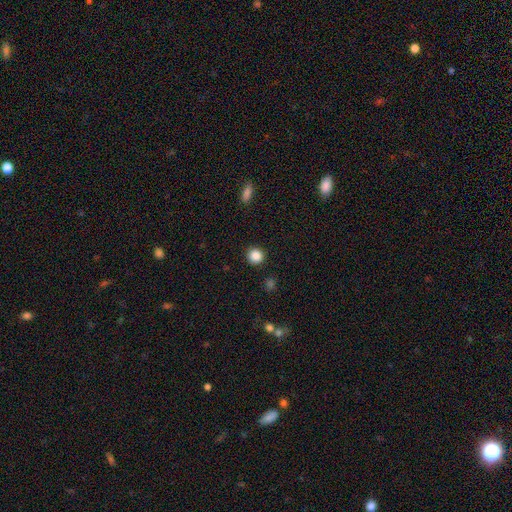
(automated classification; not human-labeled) Smooth or featured?
  - smooth: 87% *
  - star or artifact: 10%
  - featured or disk: 3%
How rounded?
  - round: 93% *
  - in between: 6%
  - cigar-shaped: 1%
Merging?
  - none: 91% *
  - minor disturbance: 5%
  - major disturbance: 2%
  - merger: 2%